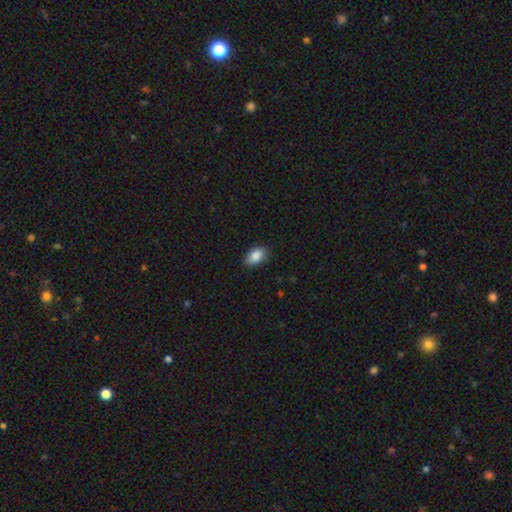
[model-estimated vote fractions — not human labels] Q: Smooth or featured?
A: smooth (87%); runner-up: star or artifact (7%)
Q: How rounded?
A: in between (91%); runner-up: round (7%)
Q: Merging?
A: none (86%); runner-up: minor disturbance (10%)